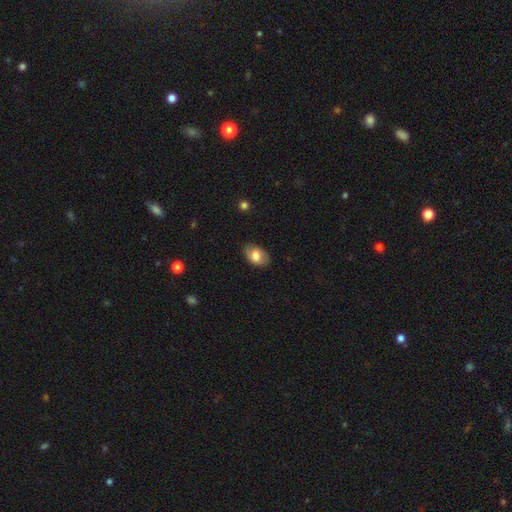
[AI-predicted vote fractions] Q: Smooth or featured?
A: smooth (72%); runner-up: featured or disk (21%)
Q: How rounded?
A: in between (90%); runner-up: round (9%)
Q: Merging?
A: none (78%); runner-up: minor disturbance (17%)